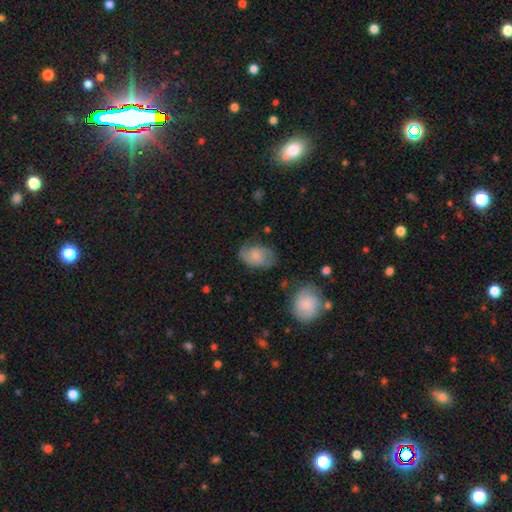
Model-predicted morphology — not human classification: This is possibly a smooth galaxy (46%, tied with featured or disk). Merging: likely none (61%).